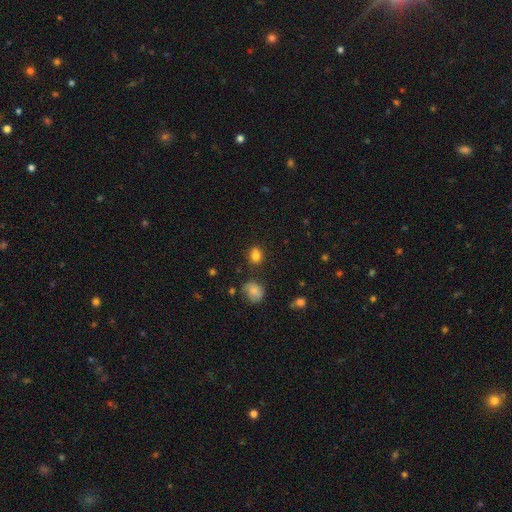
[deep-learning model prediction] This is likely a smooth galaxy (79%). How rounded: possibly round (60%). Merging: likely none (66%).